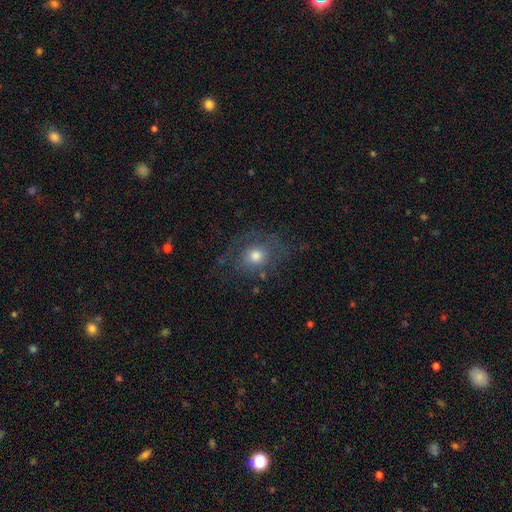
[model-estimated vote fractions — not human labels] smooth-or-featured: smooth: 58% | featured or disk: 28% | star or artifact: 13%
  how-rounded: round: 71% | in between: 28% | cigar-shaped: 1%
  merging: none: 64% | minor disturbance: 19% | major disturbance: 15% | merger: 2%